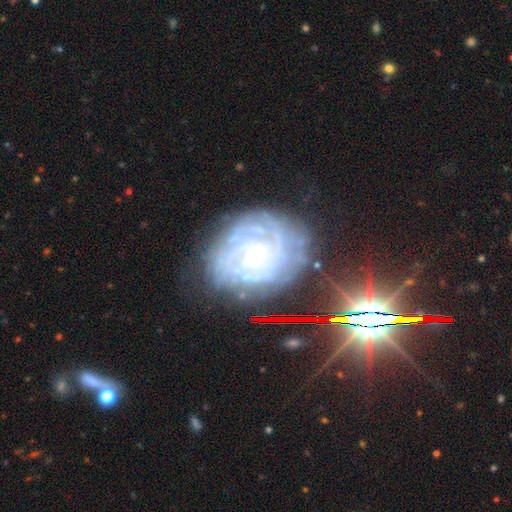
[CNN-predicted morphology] Overall: featured or disk (80%). Edge-on disk: no (97%). Bar: no (69%). Spiral arms: yes (93%). Spiral arm count: can't tell (41%; 4 15%). Spiral winding: tight (80%). Bulge size: small (81%). Merging: none (72%).